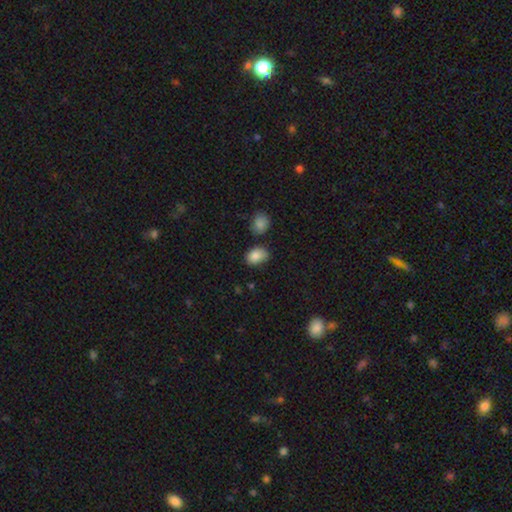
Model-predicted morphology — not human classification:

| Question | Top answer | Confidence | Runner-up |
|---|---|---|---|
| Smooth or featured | smooth | 85% | star or artifact (9%) |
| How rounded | in between | 80% | round (19%) |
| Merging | none | 65% | minor disturbance (24%) |